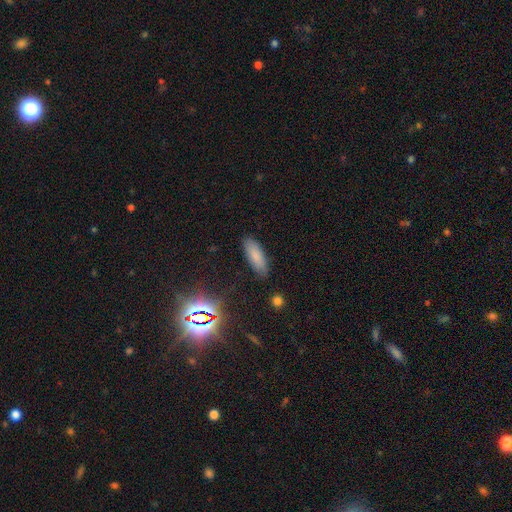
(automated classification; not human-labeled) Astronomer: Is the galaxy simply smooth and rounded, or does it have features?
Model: smooth — 80%.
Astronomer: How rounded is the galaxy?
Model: in between — 63%.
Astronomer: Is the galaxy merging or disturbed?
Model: none — 86%.